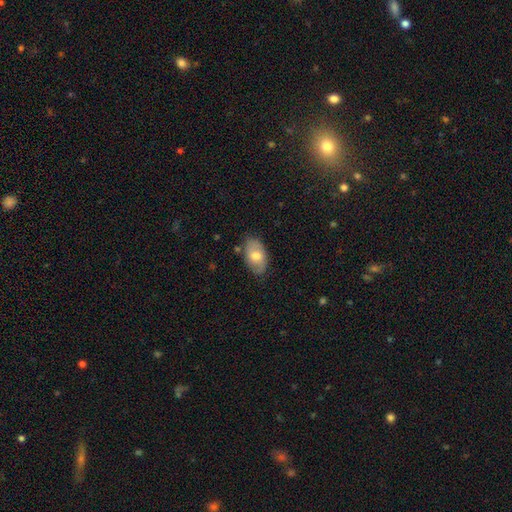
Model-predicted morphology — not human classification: smooth 61%, featured or disk 33%, star or artifact 6%. Down the decision tree: how rounded — in between (92%); merging — none (78%).